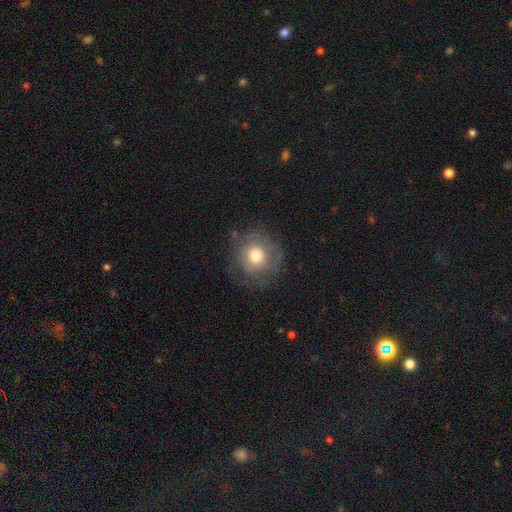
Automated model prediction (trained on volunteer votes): Smooth or featured? Predicted: smooth (p=0.62). How rounded? Predicted: round (p=0.91). Merging? Predicted: none (p=0.70).